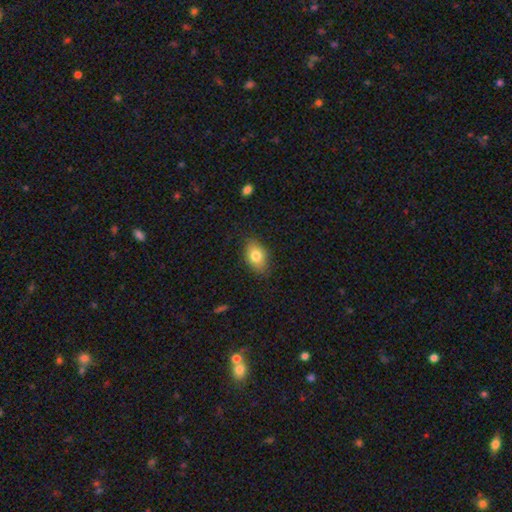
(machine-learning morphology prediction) This is likely a smooth galaxy (80%). How rounded: clearly in between (84%). Merging: clearly none (81%).